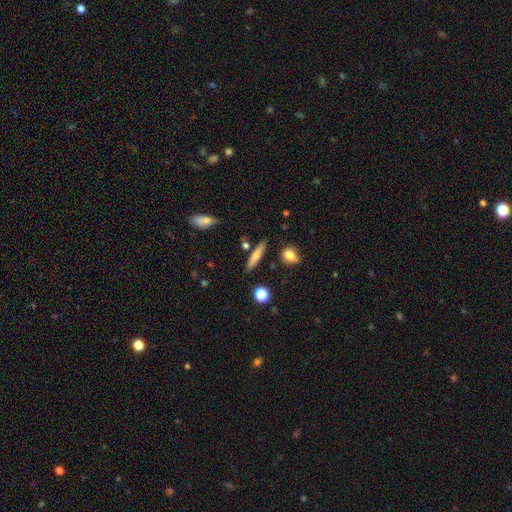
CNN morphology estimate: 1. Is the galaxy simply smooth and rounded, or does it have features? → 69% smooth, 23% featured or disk, 8% star or artifact.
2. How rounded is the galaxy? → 84% cigar-shaped, 12% in between, 3% round.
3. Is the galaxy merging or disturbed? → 84% none, 10% minor disturbance, 4% merger, 2% major disturbance.